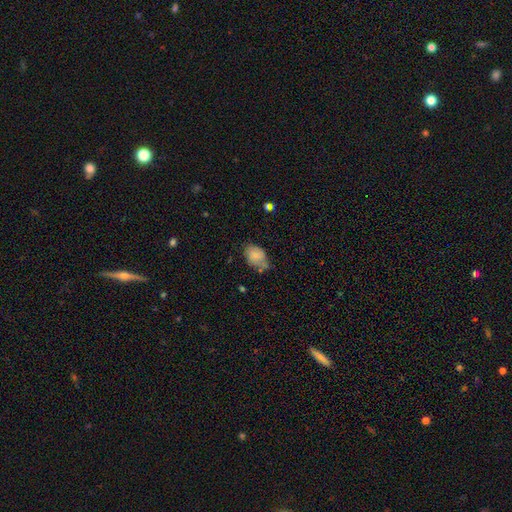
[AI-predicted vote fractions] Morphology: type=smooth (76%); roundness=in between (77%); merging=none (46%).